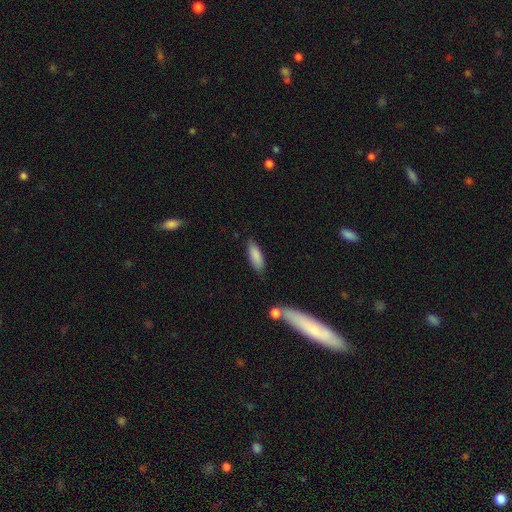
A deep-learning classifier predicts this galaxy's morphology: Smooth or featured: smooth — 86% (featured or disk — 8%)
How rounded: in between — 62% (cigar-shaped — 36%)
Merging: none — 80% (minor disturbance — 14%)